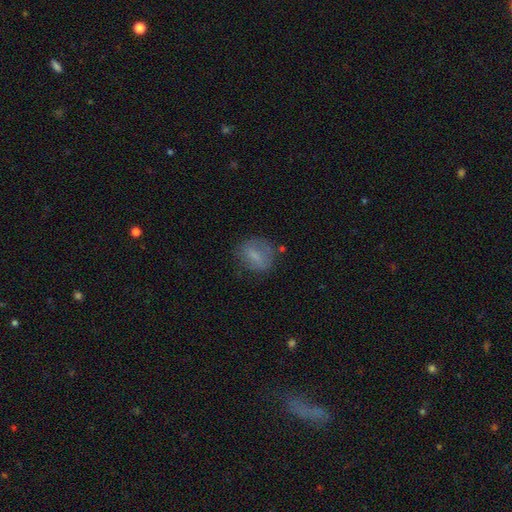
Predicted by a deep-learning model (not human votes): Overall: smooth (66%). How rounded: round (57%; in between 40%). Merging: none (67%).